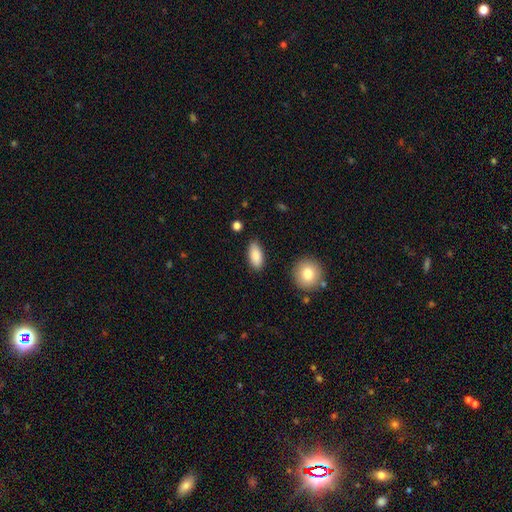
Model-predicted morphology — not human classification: type=smooth (87%); roundness=in between (88%); merging=none (84%).